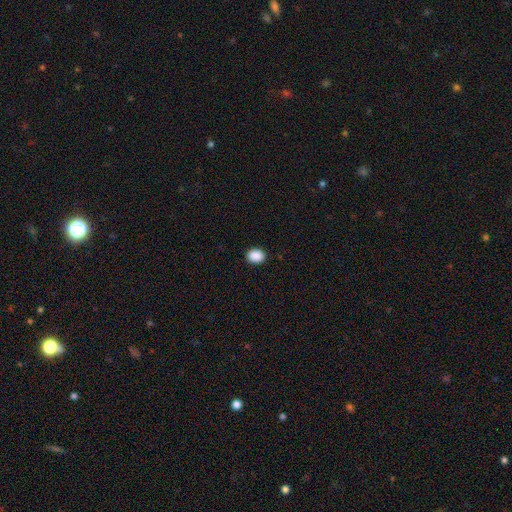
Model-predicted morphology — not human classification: Smooth or featured: smooth — 90% (star or artifact — 8%)
How rounded: in between — 56% (round — 43%)
Merging: none — 91% (minor disturbance — 7%)